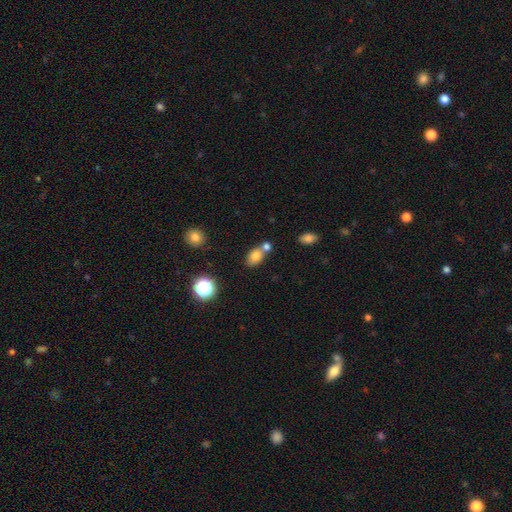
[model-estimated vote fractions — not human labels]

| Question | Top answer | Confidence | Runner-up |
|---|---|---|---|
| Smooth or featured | smooth | 77% | star or artifact (12%) |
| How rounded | in between | 81% | round (17%) |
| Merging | none | 47% | merger (39%) |